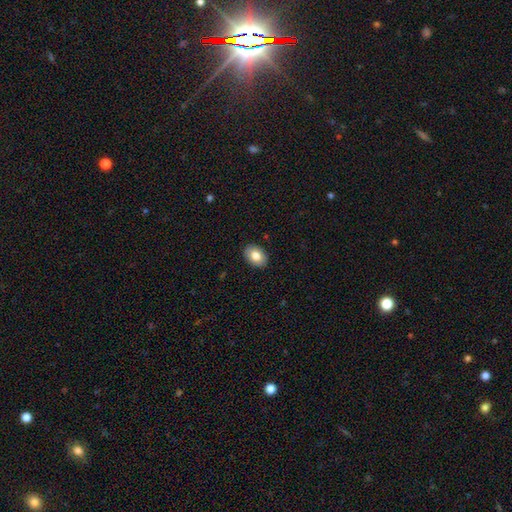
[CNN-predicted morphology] This is likely a smooth galaxy (79%). How rounded: clearly in between (81%). Merging: clearly none (89%).